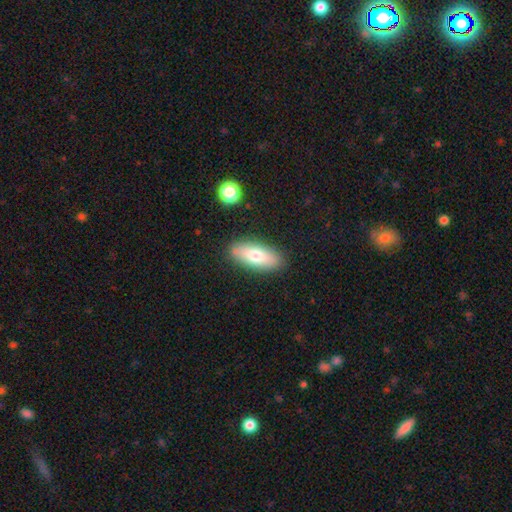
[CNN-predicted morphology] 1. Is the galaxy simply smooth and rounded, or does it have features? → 73% smooth, 20% featured or disk, 7% star or artifact.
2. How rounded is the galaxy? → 78% in between, 20% cigar-shaped, 3% round.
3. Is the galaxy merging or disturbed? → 87% none, 9% minor disturbance, 2% major disturbance, 2% merger.